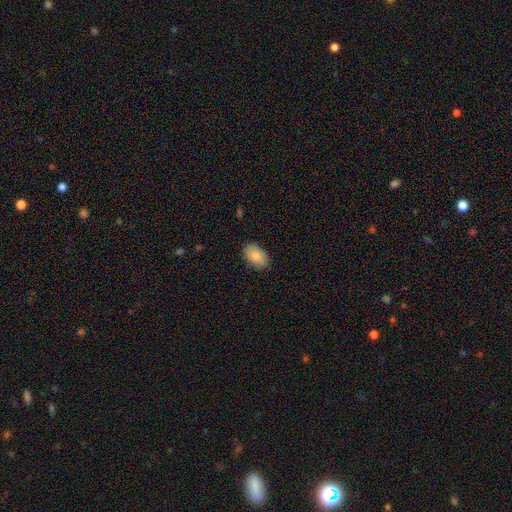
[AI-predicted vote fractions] This is clearly a smooth galaxy (85%). How rounded: clearly in between (92%). Merging: clearly none (87%).